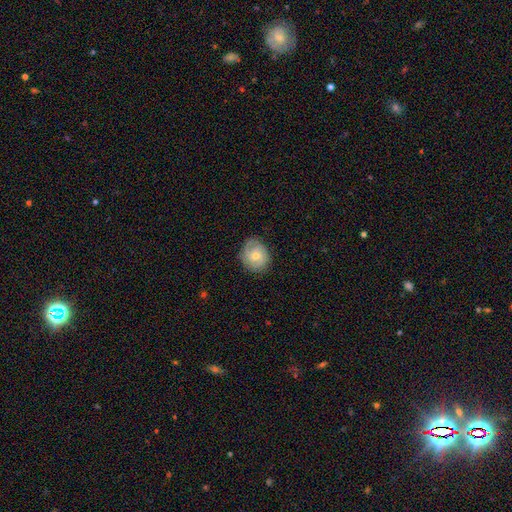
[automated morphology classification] This appears to be a featured or disk galaxy (53%) with no bar (75%), spiral arms (81%) and a moderate central bulge (49%). Merging: none (75%).